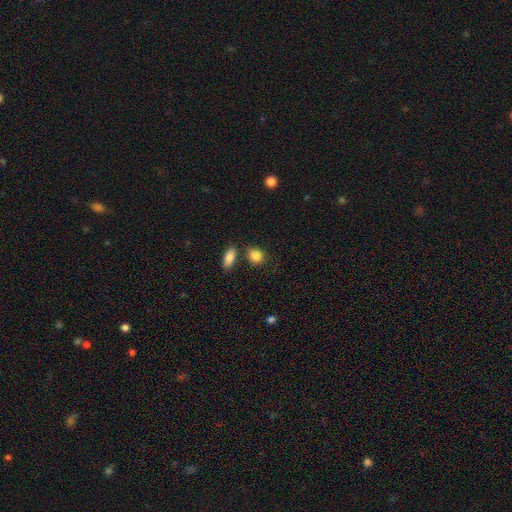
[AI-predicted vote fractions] A smooth galaxy with no disk features (86%) that is round (59%).

Vote fractions:
- Smooth or featured? smooth: 86% / star or artifact: 8% / featured or disk: 6%
- How rounded? round: 59% / in between: 39% / cigar-shaped: 2%
- Merging? none: 76% / minor disturbance: 11% / merger: 10% / major disturbance: 3%